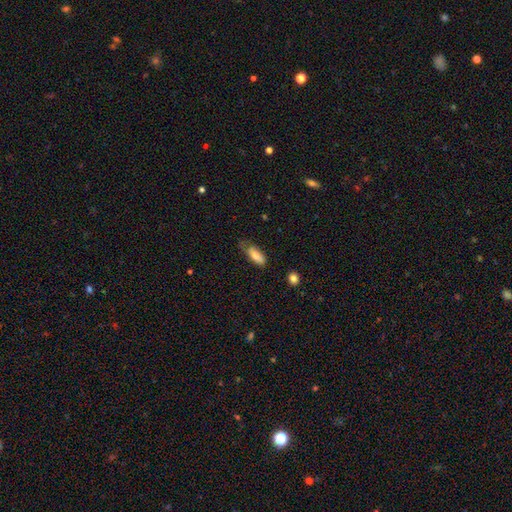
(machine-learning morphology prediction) Overall: smooth (77%). How rounded: in between (76%). Merging: none (43%; minor disturbance 36%).